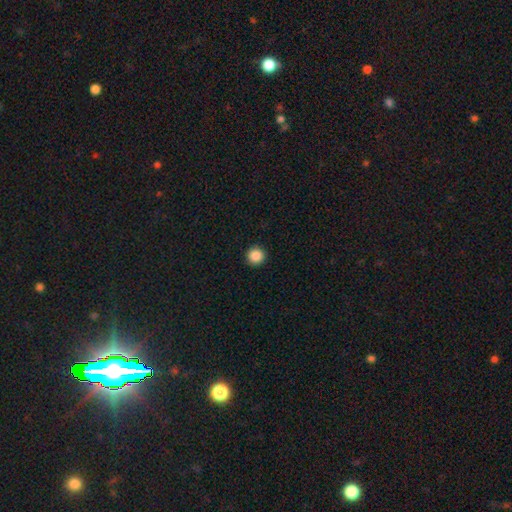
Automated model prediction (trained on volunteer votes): Smooth or featured?
  - smooth: 88% *
  - star or artifact: 9%
  - featured or disk: 3%
How rounded?
  - round: 96% *
  - in between: 3%
  - cigar-shaped: 1%
Merging?
  - none: 94% *
  - minor disturbance: 4%
  - major disturbance: 1%
  - merger: 1%